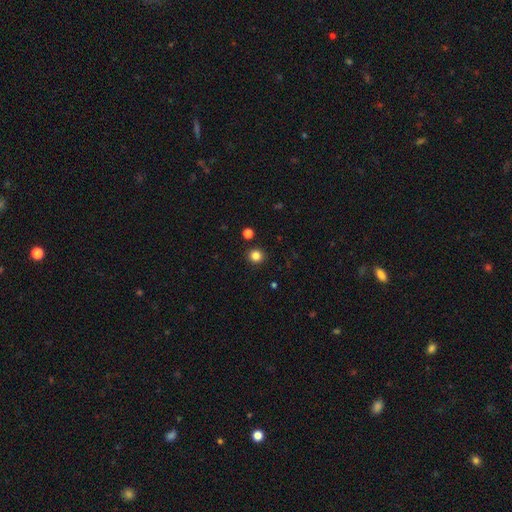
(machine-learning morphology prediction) A smooth galaxy with no disk features (84%) that is round (94%).

Vote fractions:
- Smooth or featured? smooth: 84% / star or artifact: 12% / featured or disk: 4%
- How rounded? round: 94% / in between: 5% / cigar-shaped: 1%
- Merging? none: 92% / minor disturbance: 5% / merger: 2% / major disturbance: 2%